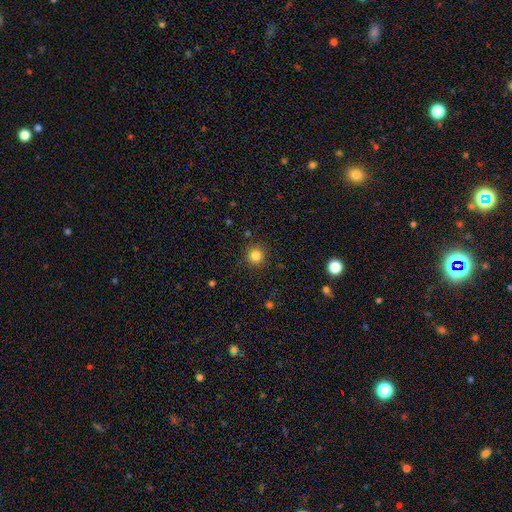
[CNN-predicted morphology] A smooth galaxy with no disk features (84%) that is round (93%). Merging: none (90%).